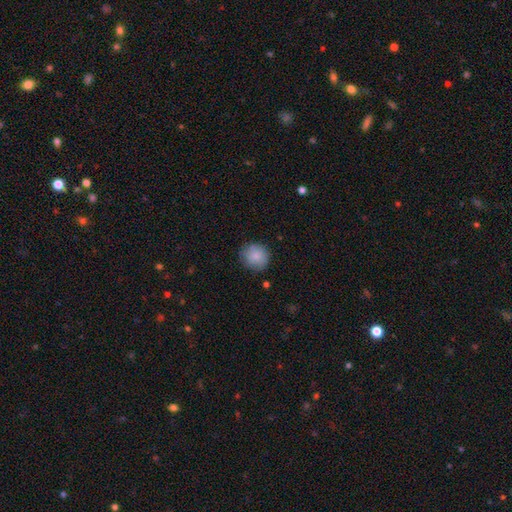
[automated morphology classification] A smooth galaxy with no disk features (82%) that is round (89%). Merging: none (77%).